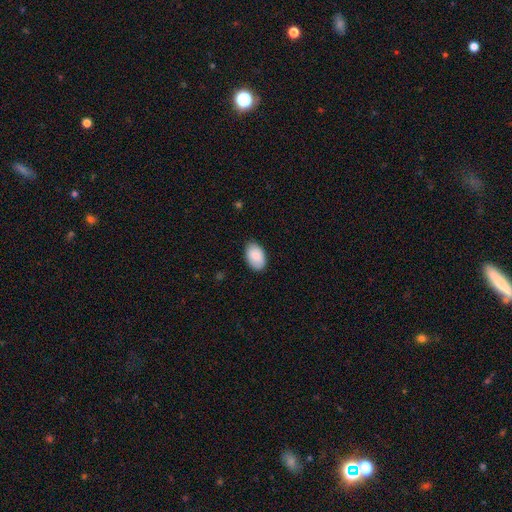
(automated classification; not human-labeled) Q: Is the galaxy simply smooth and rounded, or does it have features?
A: smooth — 87%.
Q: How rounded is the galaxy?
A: in between — 93%.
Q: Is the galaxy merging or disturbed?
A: none — 84%.